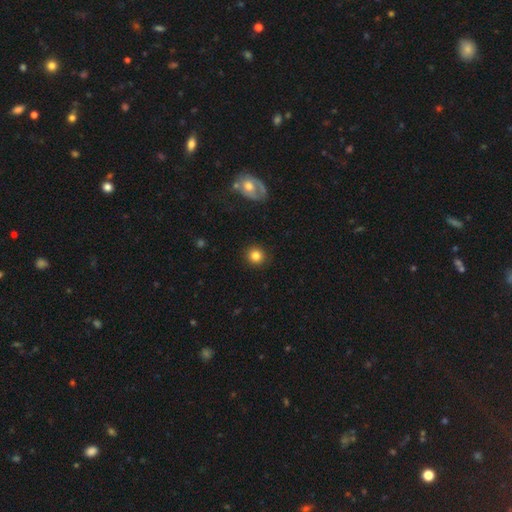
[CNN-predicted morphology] type=smooth (83%); roundness=round (92%); merging=none (91%).